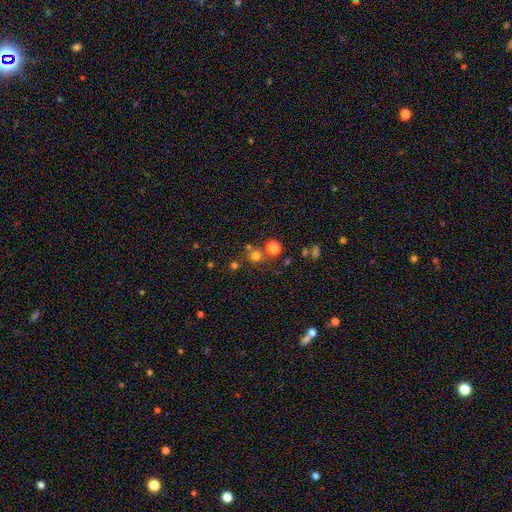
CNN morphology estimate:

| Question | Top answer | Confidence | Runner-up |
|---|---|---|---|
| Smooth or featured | smooth | 71% | star or artifact (22%) |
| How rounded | round | 92% | in between (7%) |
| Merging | none | 73% | merger (17%) |